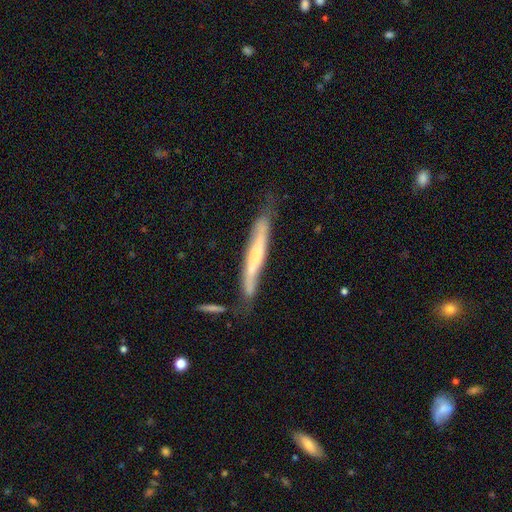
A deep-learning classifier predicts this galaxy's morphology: A featured or disk galaxy (54%) viewed edge-on (76%).

Vote fractions:
- Smooth or featured? featured or disk: 54% / smooth: 40% / star or artifact: 6%
- Edge-on disk? yes: 76% / no: 24%
- Merging? none: 58% / minor disturbance: 26% / merger: 8% / major disturbance: 8%